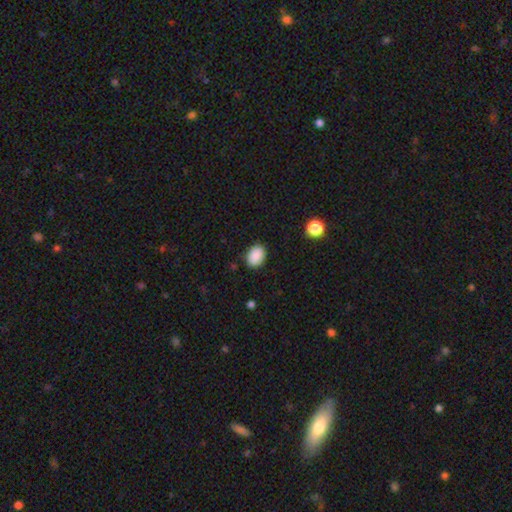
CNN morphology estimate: smooth_or_featured: smooth (p=0.90) [alt: star or artifact p=0.08]
how_rounded: in between (p=0.75) [alt: round p=0.24]
merging: none (p=0.87) [alt: minor disturbance p=0.10]